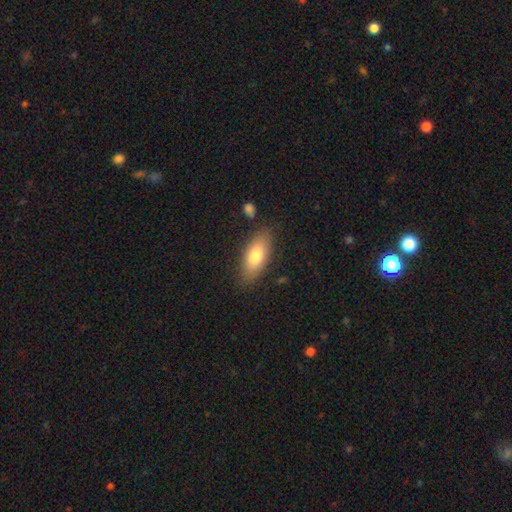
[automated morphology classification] type=smooth (77%); roundness=in between (81%); merging=none (81%).